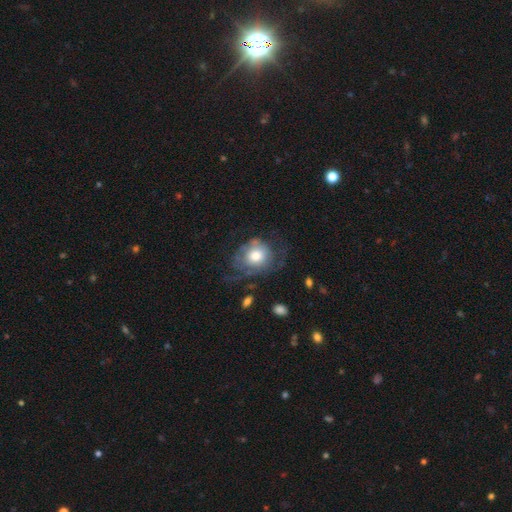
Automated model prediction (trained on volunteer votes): featured or disk 55%, smooth 38%, star or artifact 7%. Down the decision tree: edge-on disk — no (97%); bar — no (83%); spiral arms — yes (72%); bulge size — moderate (48%); merging — none (43%).